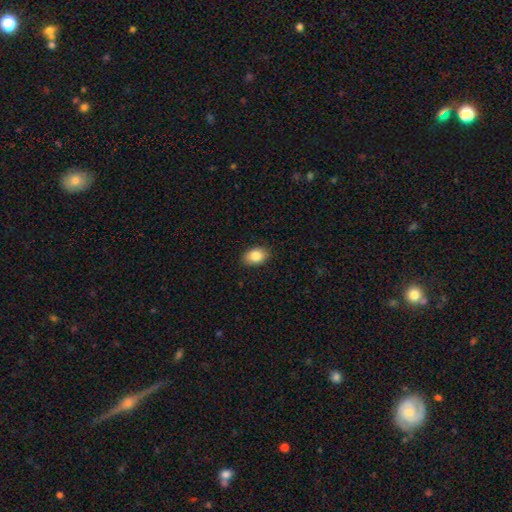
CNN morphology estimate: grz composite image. It shows a smooth galaxy with no disk features (85%) that is in between round and cigar-shaped (86%). Merging: none (88%).